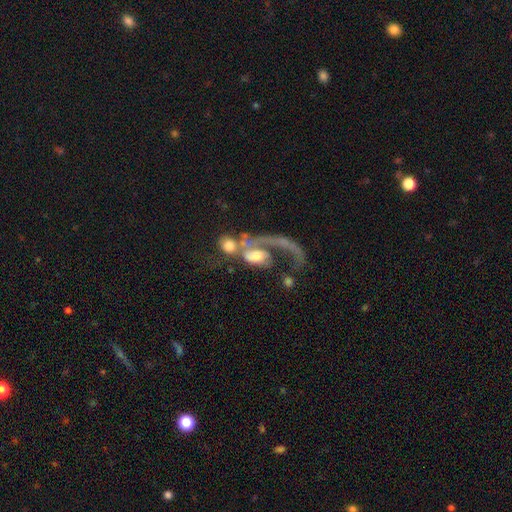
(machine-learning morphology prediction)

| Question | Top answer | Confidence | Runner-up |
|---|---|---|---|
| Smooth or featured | featured or disk | 65% | smooth (27%) |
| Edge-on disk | no | 95% | yes (5%) |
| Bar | no | 64% | weak (26%) |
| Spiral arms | yes | 70% | no (30%) |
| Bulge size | moderate | 52% | small (23%) |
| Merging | merger | 50% | major disturbance (30%) |